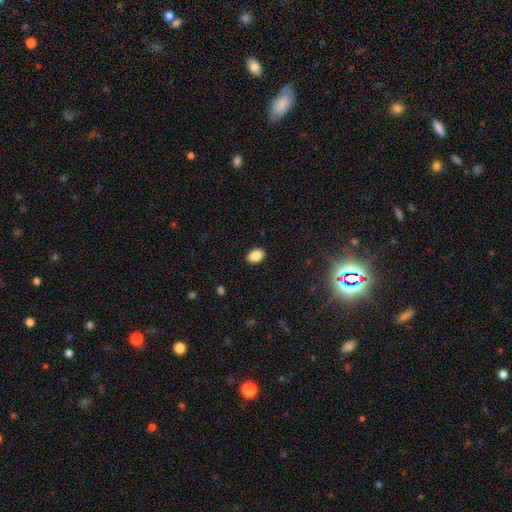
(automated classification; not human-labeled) Smooth or featured?
  - smooth: 88% *
  - star or artifact: 8%
  - featured or disk: 4%
How rounded?
  - in between: 89% *
  - round: 10%
  - cigar-shaped: 1%
Merging?
  - none: 89% *
  - minor disturbance: 8%
  - major disturbance: 2%
  - merger: 1%